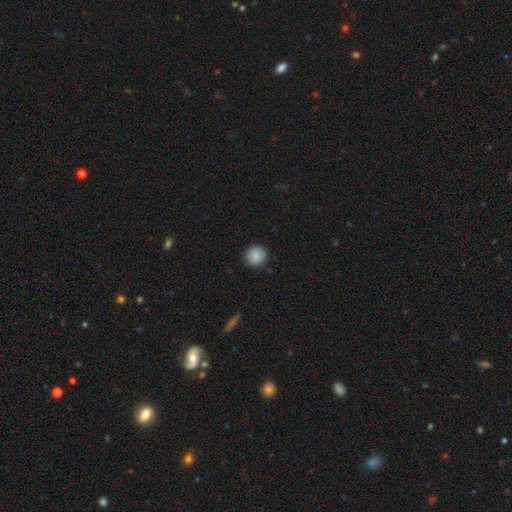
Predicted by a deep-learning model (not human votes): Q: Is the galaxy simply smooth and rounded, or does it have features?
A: smooth — 88%.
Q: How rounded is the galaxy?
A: round — 93%.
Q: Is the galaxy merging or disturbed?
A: none — 88%.